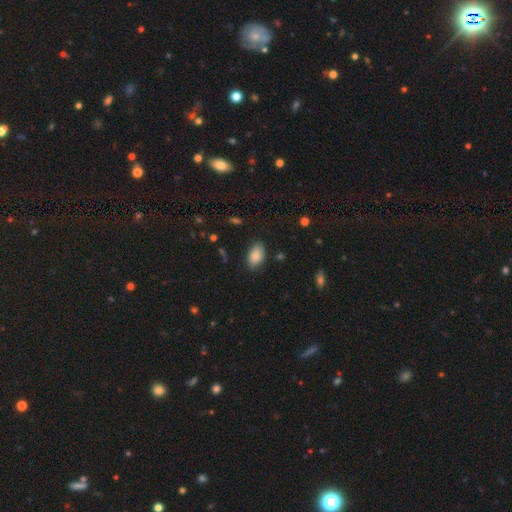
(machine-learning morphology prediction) smooth-or-featured: smooth: 85% | star or artifact: 8% | featured or disk: 8%
  how-rounded: in between: 91% | round: 8% | cigar-shaped: 1%
  merging: none: 79% | minor disturbance: 16% | major disturbance: 3% | merger: 1%